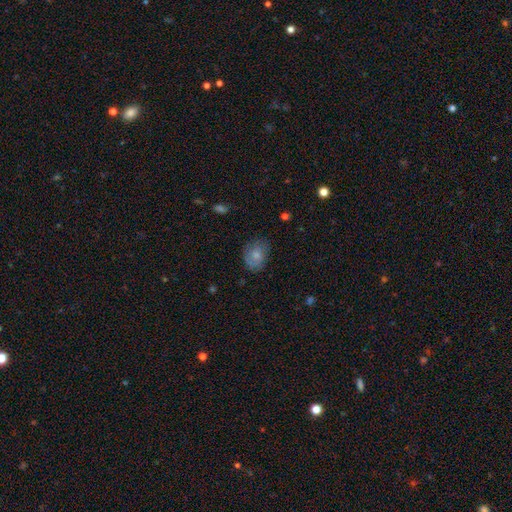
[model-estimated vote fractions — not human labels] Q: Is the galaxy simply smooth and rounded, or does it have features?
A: smooth — 65%.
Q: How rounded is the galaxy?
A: in between — 66%.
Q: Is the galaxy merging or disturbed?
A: none — 65%.